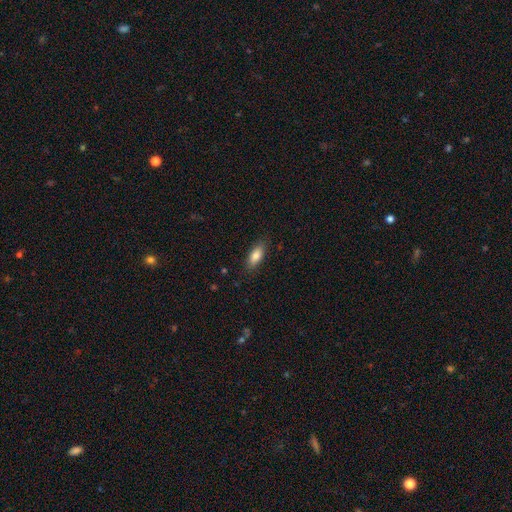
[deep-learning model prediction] Overall: smooth (83%). How rounded: in between (80%). Merging: none (85%).